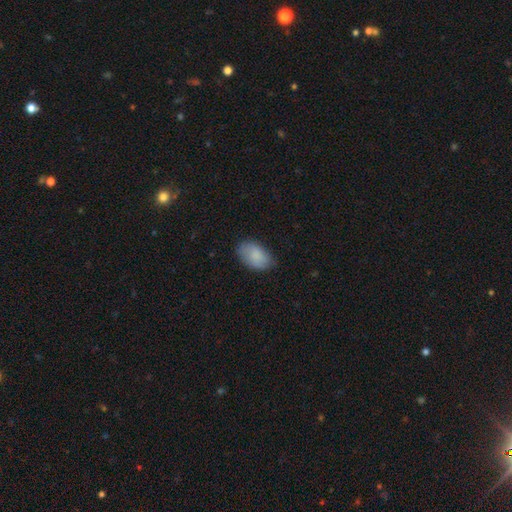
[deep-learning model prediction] smooth 84%, featured or disk 9%, star or artifact 6%. Down the decision tree: how rounded — in between (92%); merging — none (76%).